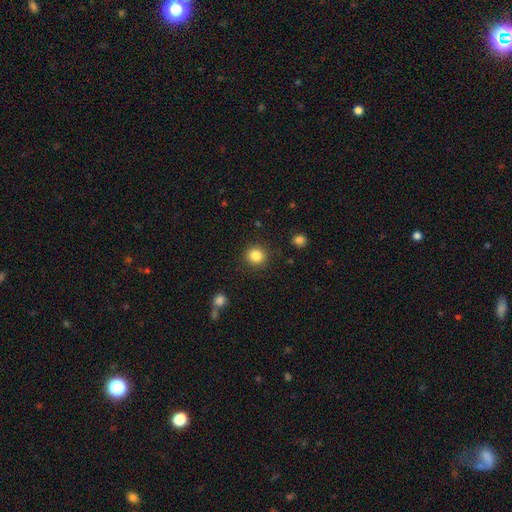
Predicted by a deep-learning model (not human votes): A smooth galaxy with no disk features (85%) that is round (90%). Merging: none (90%).